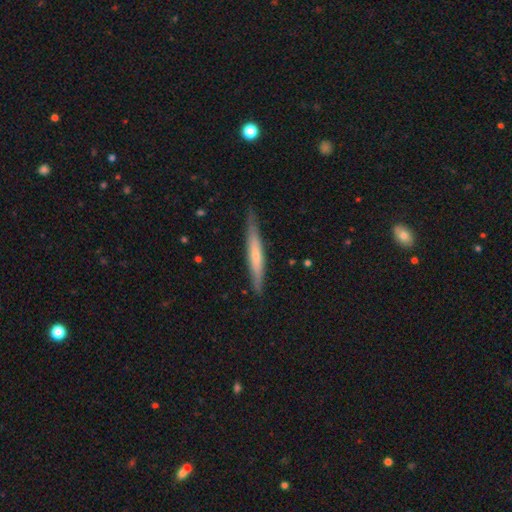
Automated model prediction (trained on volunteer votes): Morphology: type=featured or disk (48%); merging=none (85%).